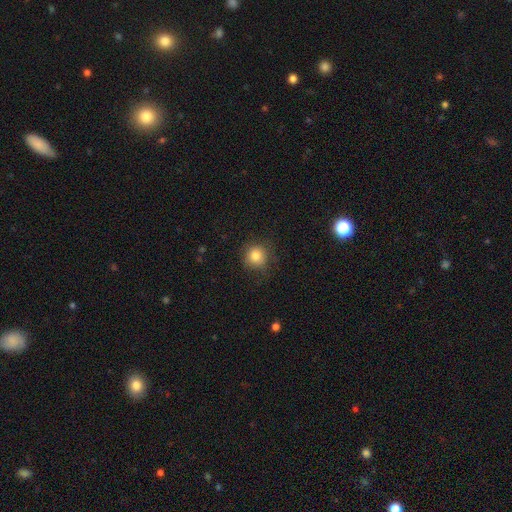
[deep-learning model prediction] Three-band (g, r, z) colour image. It shows a smooth galaxy with no disk features (81%) that is round (91%). Merging: none (81%).